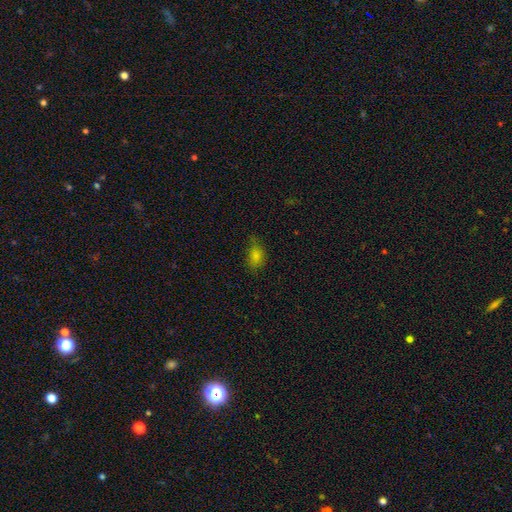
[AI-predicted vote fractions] Smooth or featured: smooth — 71% (star or artifact — 20%)
How rounded: in between — 69% (round — 28%)
Merging: none — 64% (minor disturbance — 26%)